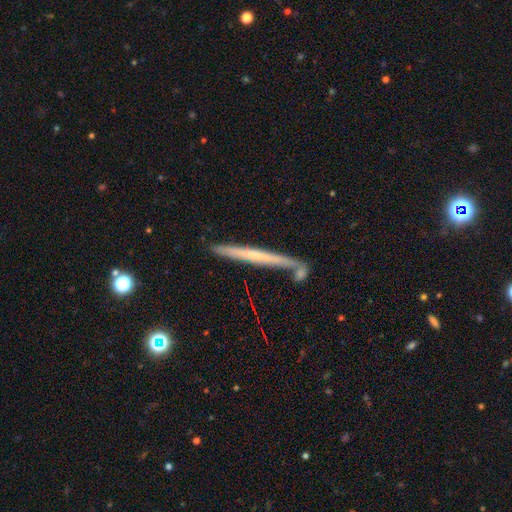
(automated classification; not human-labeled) Smooth or featured? Predicted: featured or disk (p=0.57). Edge-on disk? Predicted: yes (p=0.95). Edge-on bulge? Predicted: none (p=0.73). Merging? Predicted: none (p=0.73).